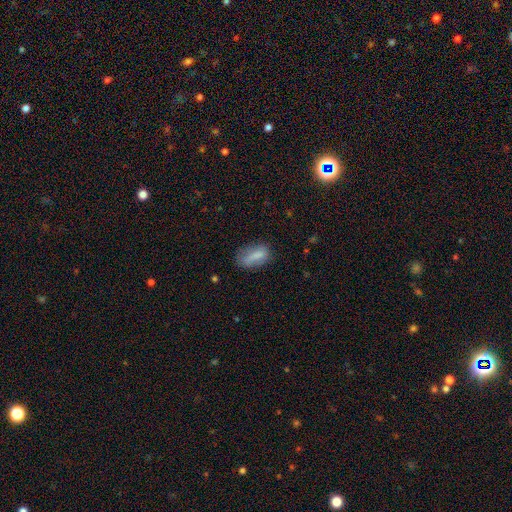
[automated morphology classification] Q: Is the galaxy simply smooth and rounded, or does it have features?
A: smooth — 76%.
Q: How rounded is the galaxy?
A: in between — 84%.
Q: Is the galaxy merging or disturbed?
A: none — 60%.